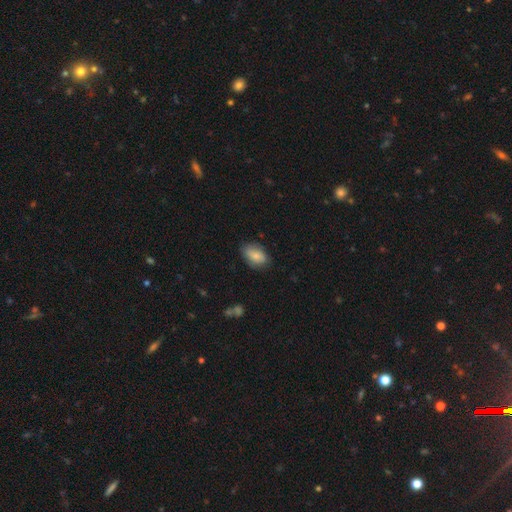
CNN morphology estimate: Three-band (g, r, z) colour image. It shows a smooth galaxy with no disk features (79%) that is in between round and cigar-shaped (90%). Merging: none (74%).